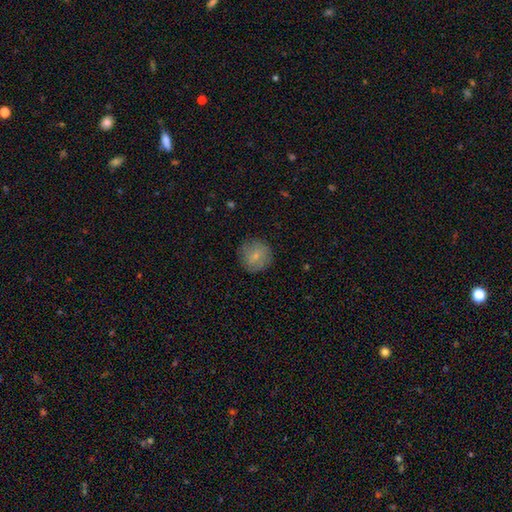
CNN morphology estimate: type=smooth (74%); roundness=round (92%); merging=none (82%).